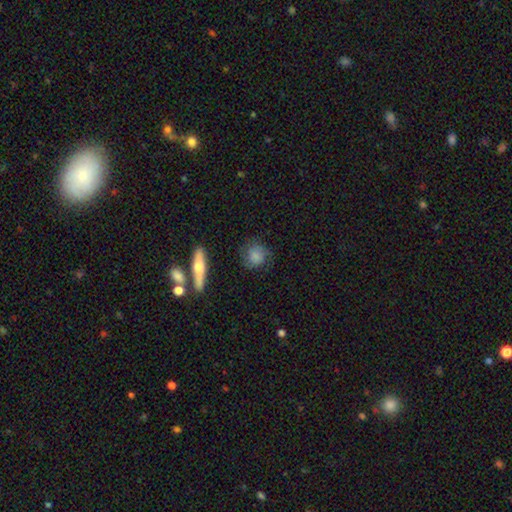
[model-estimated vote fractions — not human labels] This appears to be a smooth galaxy with no disk features (67%) that is round (78%). Merging: none (71%).